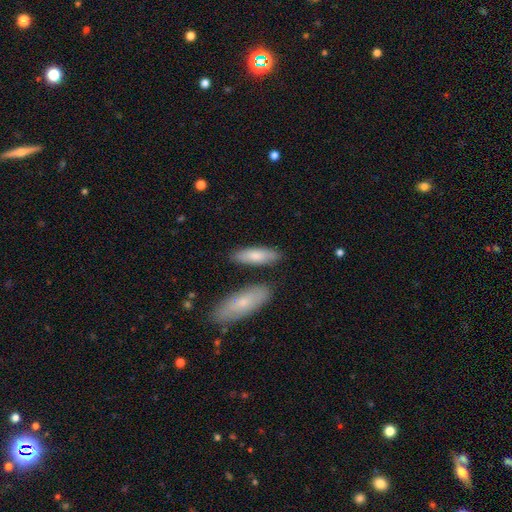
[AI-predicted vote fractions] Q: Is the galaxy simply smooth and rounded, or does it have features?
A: smooth — 79%.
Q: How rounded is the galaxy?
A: in between — 56%.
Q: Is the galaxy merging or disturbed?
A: none — 78%.